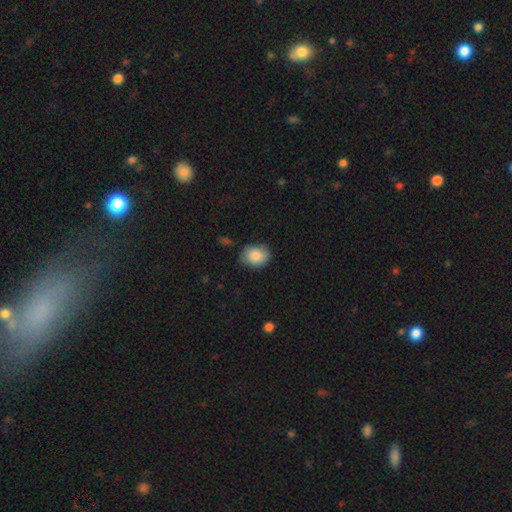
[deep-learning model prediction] Smooth or featured? smooth (86%)
How rounded? in between (58%)
Merging? none (77%)